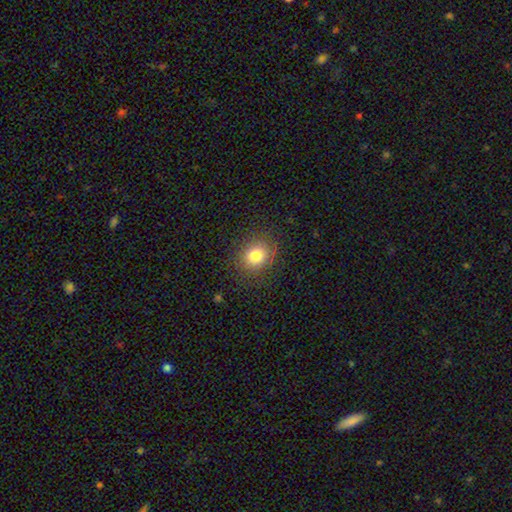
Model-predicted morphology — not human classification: A smooth galaxy with no disk features (80%) that is round (73%).

Vote fractions:
- Smooth or featured? smooth: 80% / star or artifact: 12% / featured or disk: 8%
- How rounded? round: 73% / in between: 26% / cigar-shaped: 1%
- Merging? none: 85% / minor disturbance: 10% / major disturbance: 4% / merger: 1%